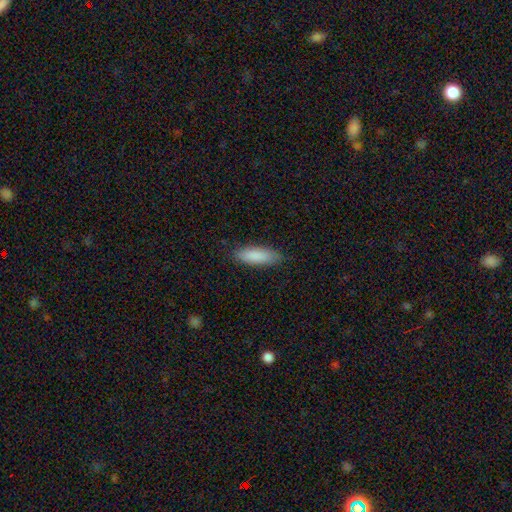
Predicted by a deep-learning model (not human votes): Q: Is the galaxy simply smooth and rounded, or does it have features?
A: smooth — 87%.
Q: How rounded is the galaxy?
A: in between — 56%.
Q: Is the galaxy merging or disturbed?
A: none — 83%.